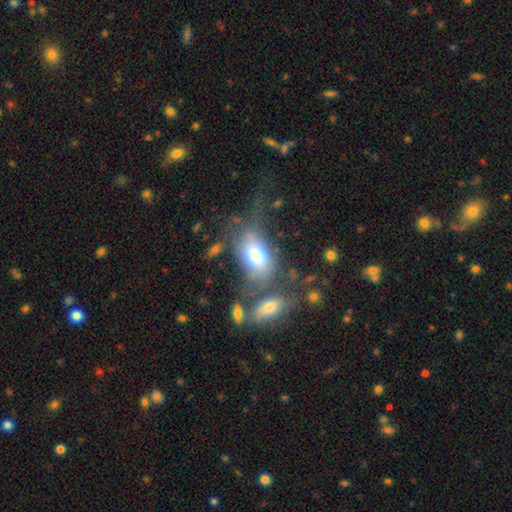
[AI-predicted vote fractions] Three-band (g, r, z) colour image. It shows a smooth galaxy with no disk features (69%) that is in between round and cigar-shaped (84%). Merging: none (48%).